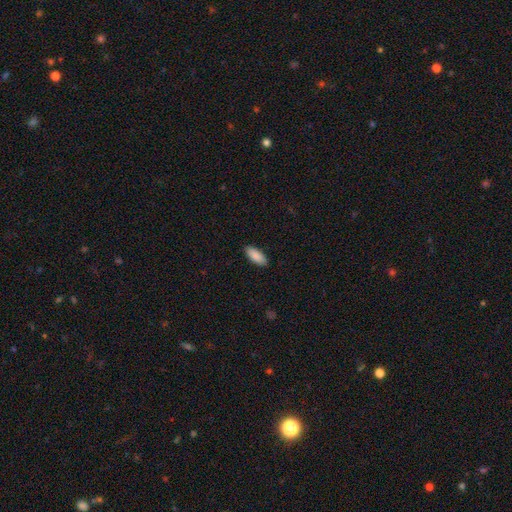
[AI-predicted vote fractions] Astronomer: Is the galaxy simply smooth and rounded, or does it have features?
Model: smooth — 90%.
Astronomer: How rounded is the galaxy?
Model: in between — 85%.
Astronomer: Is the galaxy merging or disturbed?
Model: none — 89%.